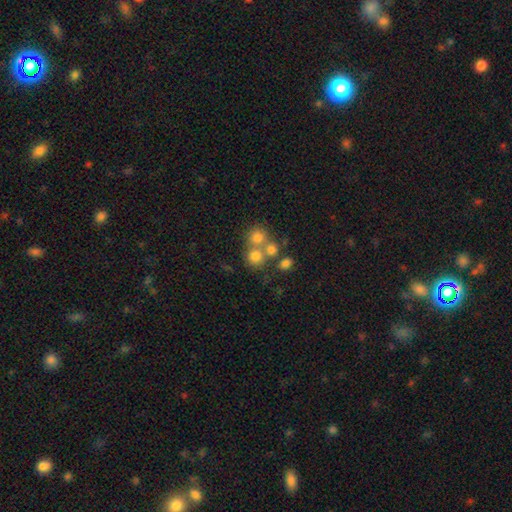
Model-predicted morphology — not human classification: smooth-or-featured: smooth: 70% | featured or disk: 15% | star or artifact: 15%
  how-rounded: round: 85% | in between: 14% | cigar-shaped: 1%
  merging: none: 47% | merger: 42% | minor disturbance: 8% | major disturbance: 4%